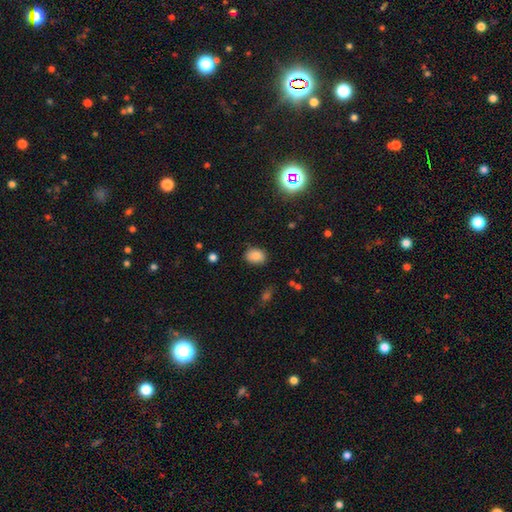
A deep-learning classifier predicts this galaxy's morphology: This appears to be a smooth galaxy with no disk features (84%) that is in between round and cigar-shaped (70%). Merging: none (83%).